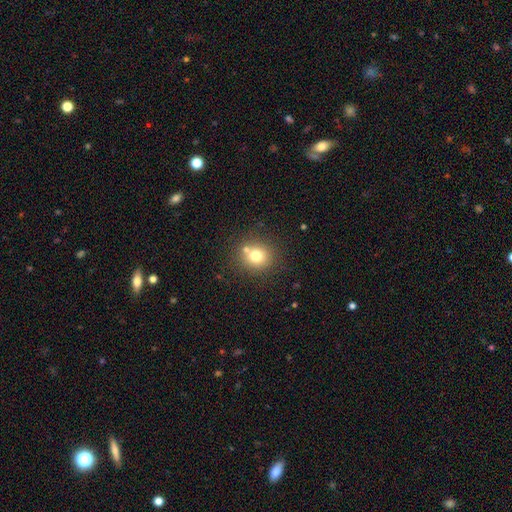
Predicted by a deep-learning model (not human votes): Smooth or featured?
  - smooth: 74% *
  - star or artifact: 14%
  - featured or disk: 12%
How rounded?
  - round: 86% *
  - in between: 13%
  - cigar-shaped: 1%
Merging?
  - none: 72% *
  - merger: 15%
  - minor disturbance: 9%
  - major disturbance: 3%